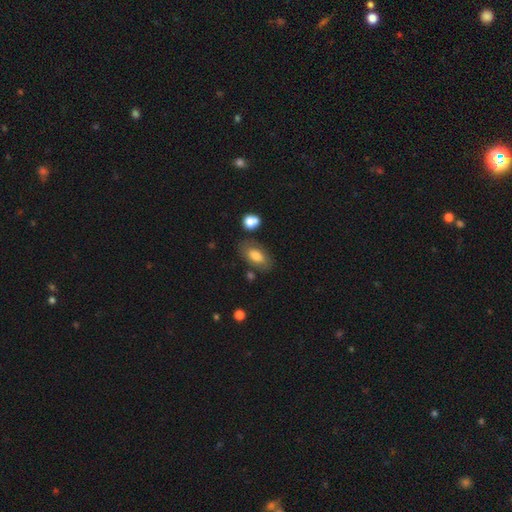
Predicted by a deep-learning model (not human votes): A smooth galaxy with no disk features (75%) that is in between round and cigar-shaped (91%). Merging: none (73%).